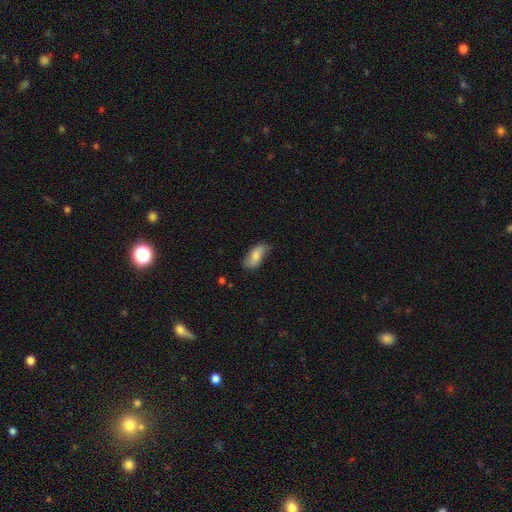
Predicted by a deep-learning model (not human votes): Smooth or featured: smooth — 67% (featured or disk — 26%)
How rounded: in between — 87% (cigar-shaped — 10%)
Merging: none — 62% (minor disturbance — 29%)